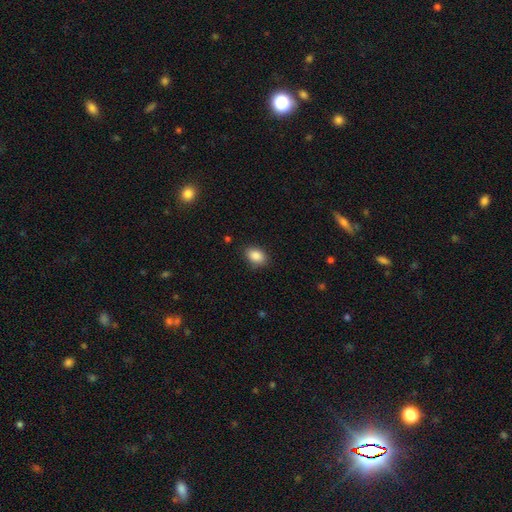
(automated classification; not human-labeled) This appears to be a smooth galaxy with no disk features (88%) that is in between round and cigar-shaped (80%). Merging: none (84%).